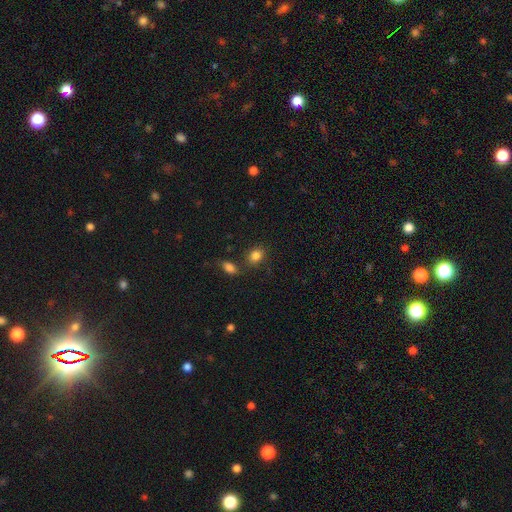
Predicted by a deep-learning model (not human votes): Overall: smooth (84%). How rounded: in between (53%; round 46%). Merging: none (68%).